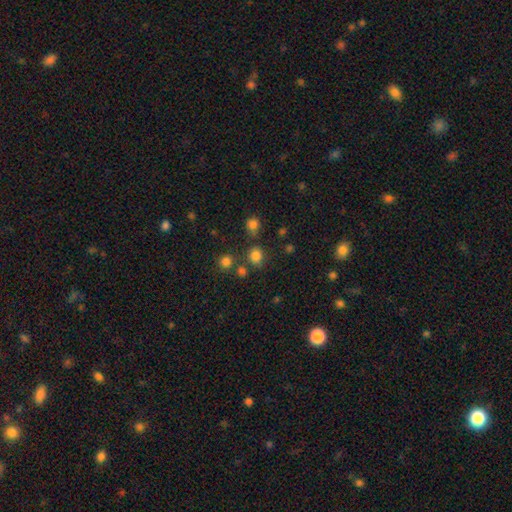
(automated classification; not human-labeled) Smooth or featured? smooth (78%)
How rounded? round (81%)
Merging? none (74%)